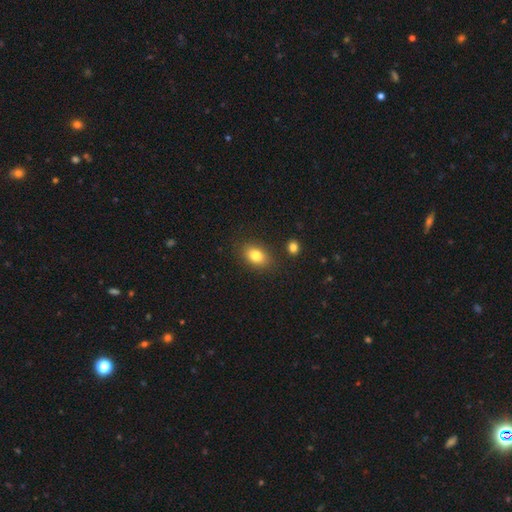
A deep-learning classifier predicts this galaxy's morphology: smooth_or_featured: smooth (p=0.82) [alt: star or artifact p=0.09]
how_rounded: in between (p=0.79) [alt: round p=0.20]
merging: none (p=0.84) [alt: minor disturbance p=0.10]